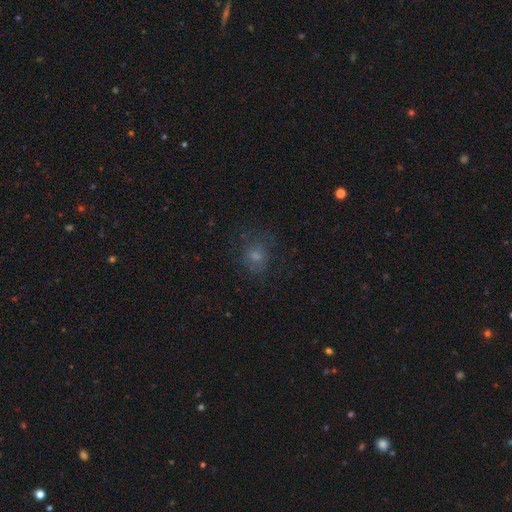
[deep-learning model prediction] A smooth galaxy with no disk features (58%) that is round (68%). Merging: none (69%).